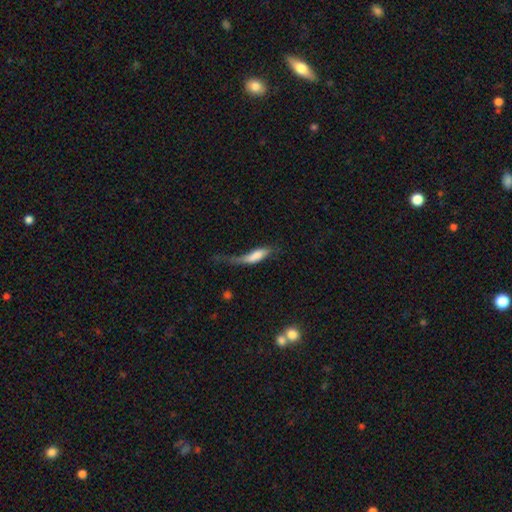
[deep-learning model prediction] Smooth or featured? Predicted: smooth (p=0.67). How rounded? Predicted: cigar-shaped (p=0.50). Merging? Predicted: major disturbance (p=0.50).